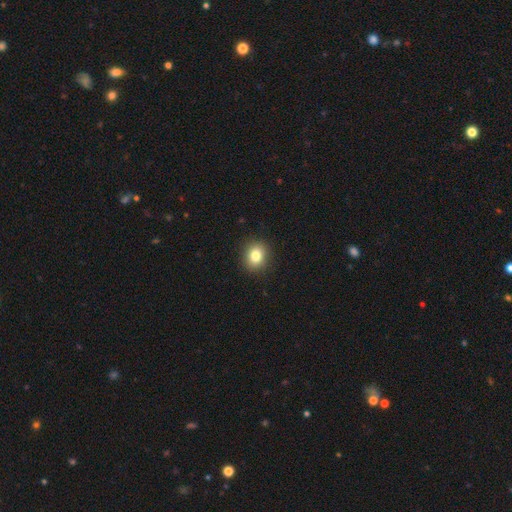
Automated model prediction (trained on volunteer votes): Smooth or featured?
  - smooth: 82% *
  - star or artifact: 11%
  - featured or disk: 7%
How rounded?
  - round: 69% *
  - in between: 30%
  - cigar-shaped: 1%
Merging?
  - none: 91% *
  - minor disturbance: 6%
  - major disturbance: 2%
  - merger: 1%